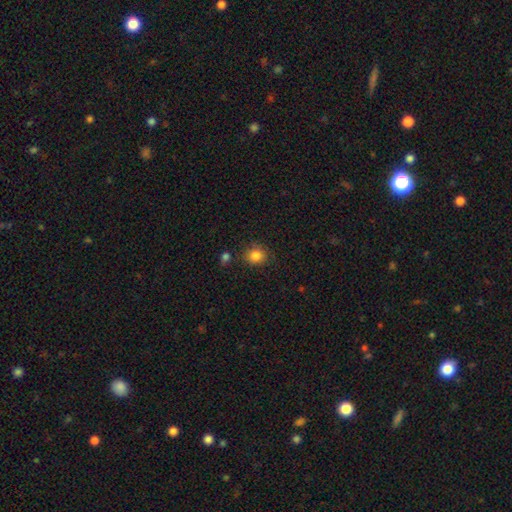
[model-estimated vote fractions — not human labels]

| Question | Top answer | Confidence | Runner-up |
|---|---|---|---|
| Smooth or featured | smooth | 85% | star or artifact (10%) |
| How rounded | round | 78% | in between (22%) |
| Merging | none | 79% | minor disturbance (13%) |